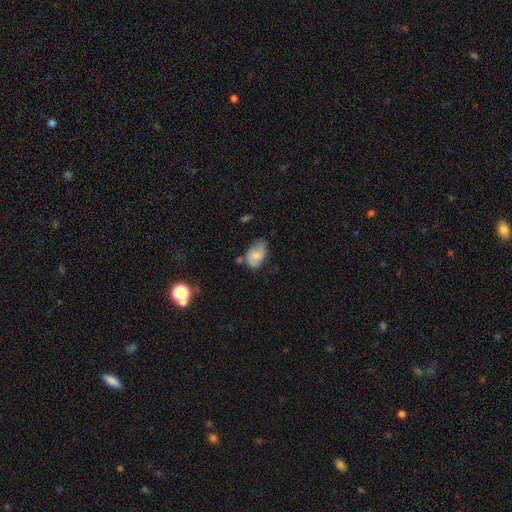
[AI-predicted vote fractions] This appears to be a smooth galaxy with no disk features (58%) that is in between round and cigar-shaped (88%). Merging: none (55%).